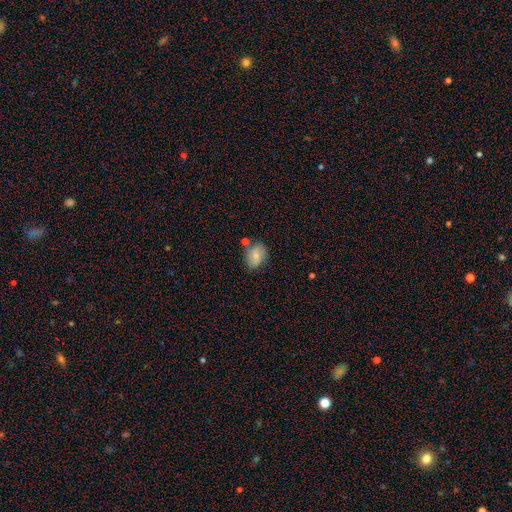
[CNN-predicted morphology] Smooth or featured: smooth — 74% (featured or disk — 18%)
How rounded: in between — 74% (round — 25%)
Merging: none — 61% (minor disturbance — 22%)